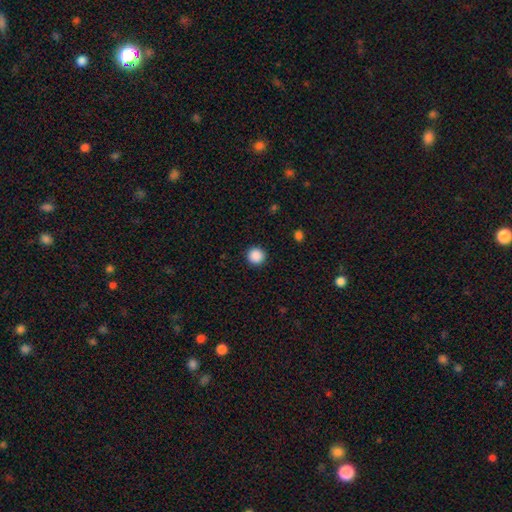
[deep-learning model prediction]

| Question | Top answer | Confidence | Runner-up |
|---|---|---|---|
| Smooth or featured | smooth | 89% | star or artifact (9%) |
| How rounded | round | 95% | in between (4%) |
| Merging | none | 93% | minor disturbance (4%) |